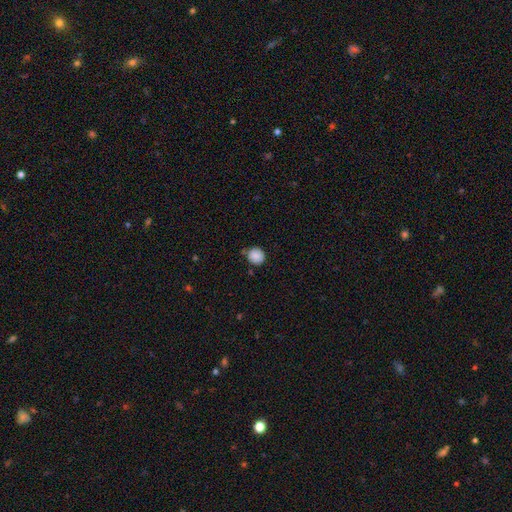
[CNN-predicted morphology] smooth_or_featured: smooth (p=0.87) [alt: star or artifact p=0.09]
how_rounded: round (p=0.87) [alt: in between p=0.13]
merging: none (p=0.78) [alt: minor disturbance p=0.15]